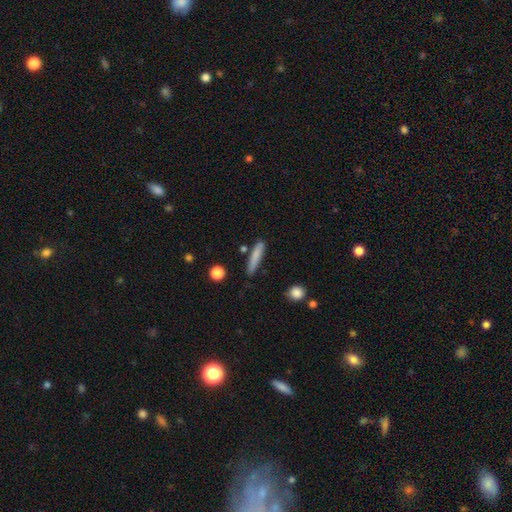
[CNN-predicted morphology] type=smooth (78%); roundness=cigar-shaped (87%); merging=none (75%).